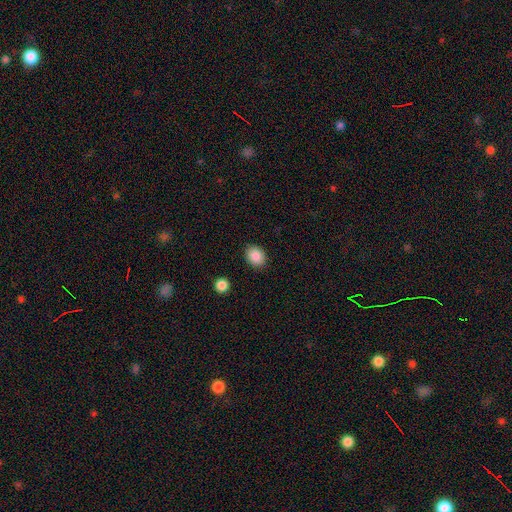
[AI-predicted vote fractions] A smooth galaxy with no disk features (88%) that is in between round and cigar-shaped (53%). Merging: none (88%).